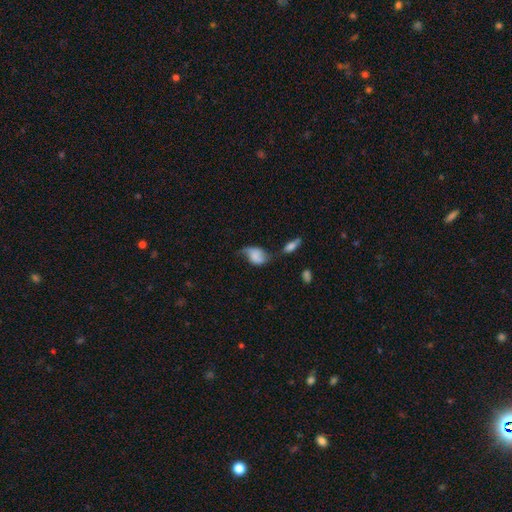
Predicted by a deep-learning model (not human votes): Smooth or featured? smooth (57%)
How rounded? in between (77%)
Merging? none (31%, tied with minor disturbance)